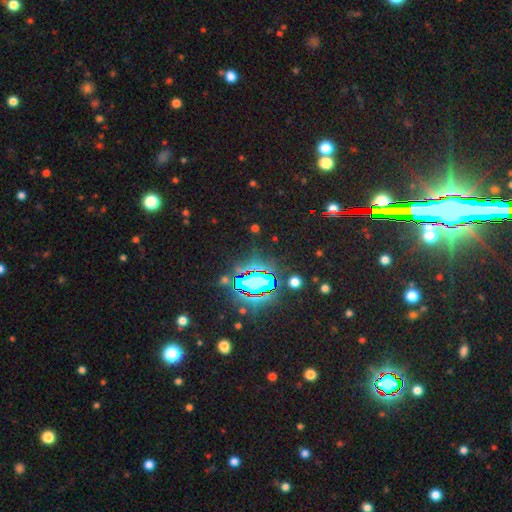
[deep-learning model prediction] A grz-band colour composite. It shows a star or artifact, not a galaxy (84%).